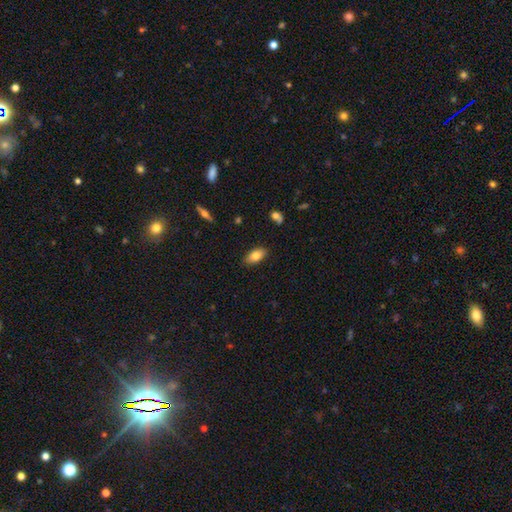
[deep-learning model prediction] smooth_or_featured: smooth (p=0.80) [alt: featured or disk p=0.13]
how_rounded: in between (p=0.91) [alt: cigar-shaped p=0.05]
merging: none (p=0.86) [alt: minor disturbance p=0.10]